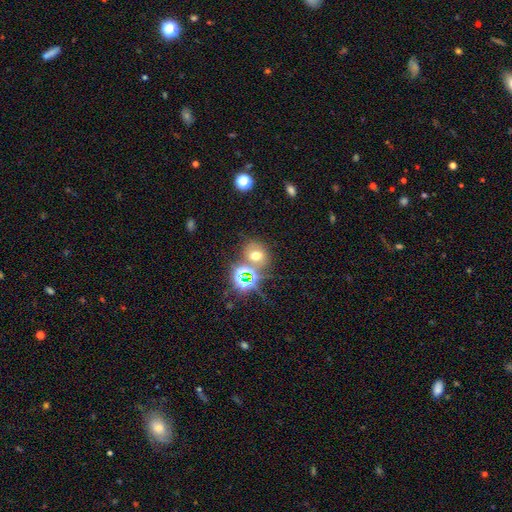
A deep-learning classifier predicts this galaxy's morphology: smooth 50%, star or artifact 35%, featured or disk 16%. Down the decision tree: merging — none (62%).